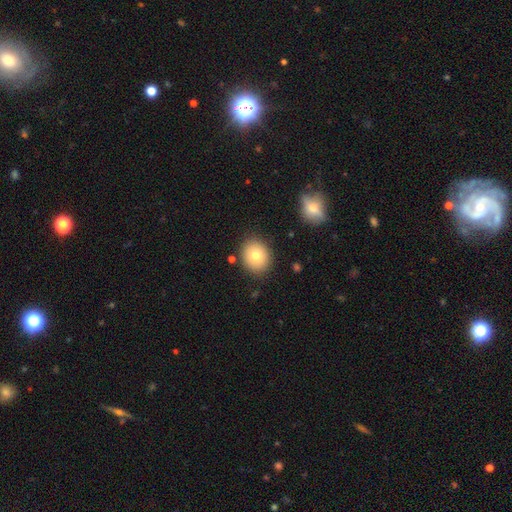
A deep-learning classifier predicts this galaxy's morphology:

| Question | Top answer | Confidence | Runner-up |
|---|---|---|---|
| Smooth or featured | smooth | 77% | featured or disk (13%) |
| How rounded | round | 68% | in between (31%) |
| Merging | none | 85% | minor disturbance (9%) |